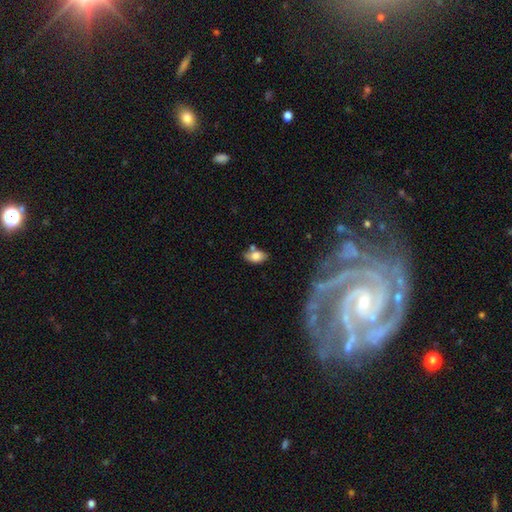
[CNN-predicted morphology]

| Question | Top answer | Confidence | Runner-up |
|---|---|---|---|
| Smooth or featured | smooth | 79% | featured or disk (13%) |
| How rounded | in between | 89% | round (8%) |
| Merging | none | 57% | minor disturbance (22%) |